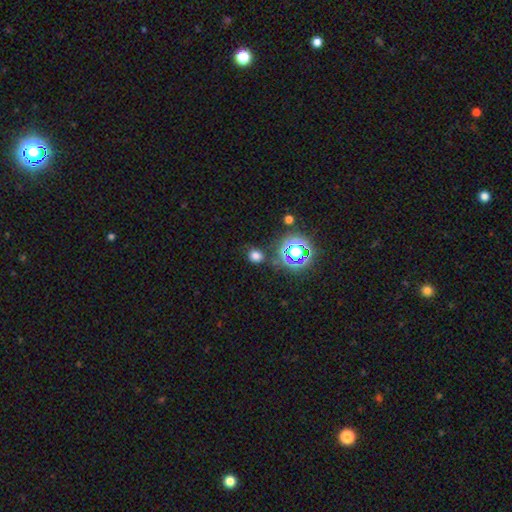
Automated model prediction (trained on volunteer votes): This is likely a smooth galaxy (69%). How rounded: likely round (72%). Merging: likely none (78%).